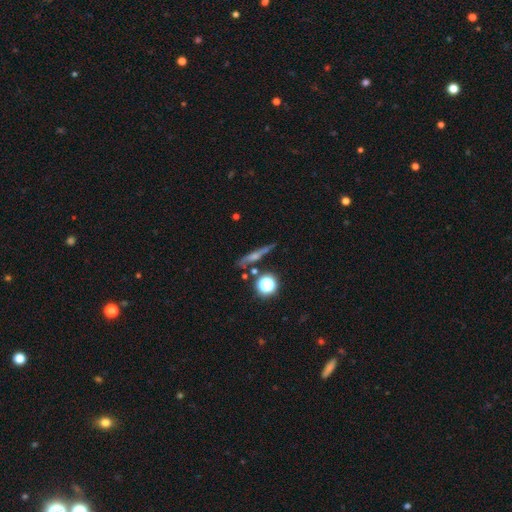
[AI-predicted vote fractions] This is possibly a featured or disk galaxy (53%). It is clearly viewed edge-on (89%). Merging: clearly none (80%).